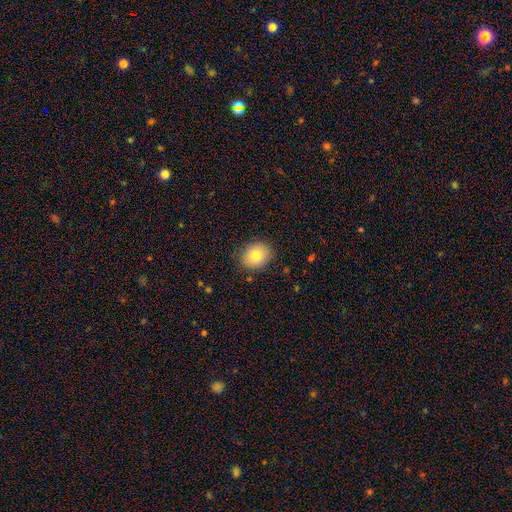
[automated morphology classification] Smooth or featured: smooth — 80% (featured or disk — 11%)
How rounded: round — 57% (in between — 42%)
Merging: none — 87% (minor disturbance — 9%)